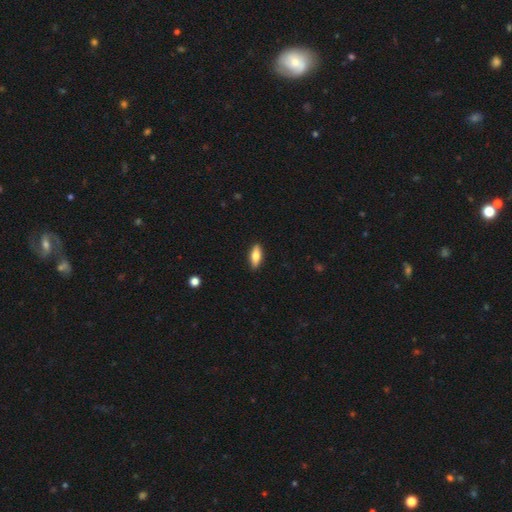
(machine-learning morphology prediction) Smooth or featured? smooth (69%)
How rounded? in between (71%)
Merging? none (89%)